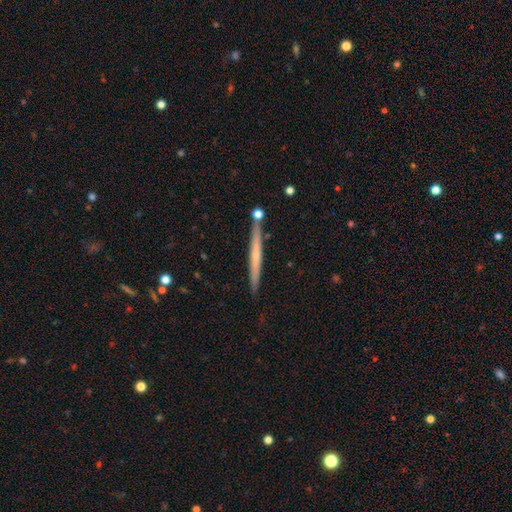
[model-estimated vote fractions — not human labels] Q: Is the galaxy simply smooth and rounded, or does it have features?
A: featured or disk — 56%.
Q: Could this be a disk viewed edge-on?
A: yes — 97%.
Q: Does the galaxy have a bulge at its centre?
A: none — 63%.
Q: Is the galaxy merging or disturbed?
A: none — 85%.